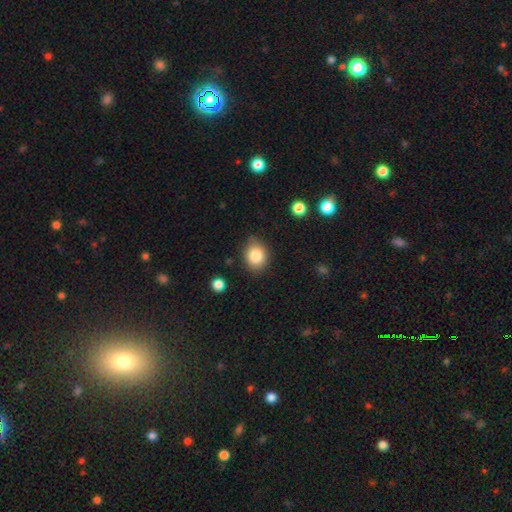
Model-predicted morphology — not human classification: smooth 84%, star or artifact 9%, featured or disk 7%. Down the decision tree: how rounded — round (56%); merging — none (80%).